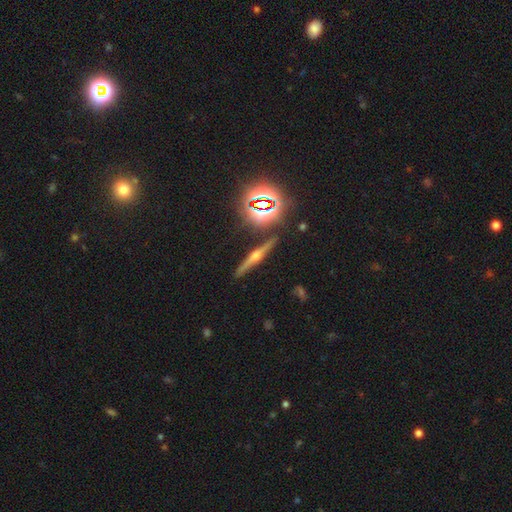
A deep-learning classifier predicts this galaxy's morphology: Smooth or featured?
  - featured or disk: 69% *
  - star or artifact: 18%
  - smooth: 13%
Edge-on disk?
  - yes: 96% *
  - no: 4%
Edge-on bulge?
  - rounded: 92% *
  - boxy: 5%
  - none: 3%
Merging?
  - none: 89% *
  - minor disturbance: 7%
  - merger: 2%
  - major disturbance: 2%